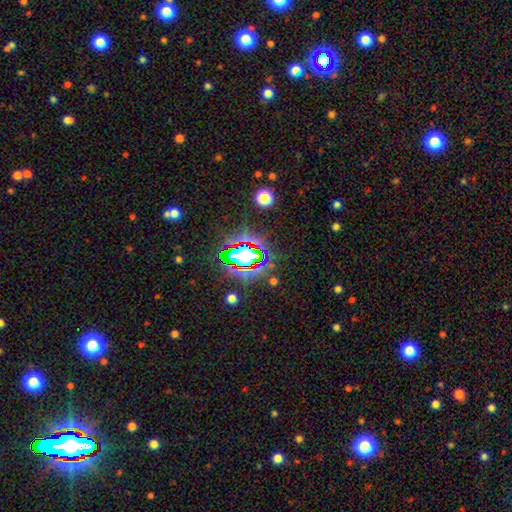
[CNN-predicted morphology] Overall: star or artifact (80%).